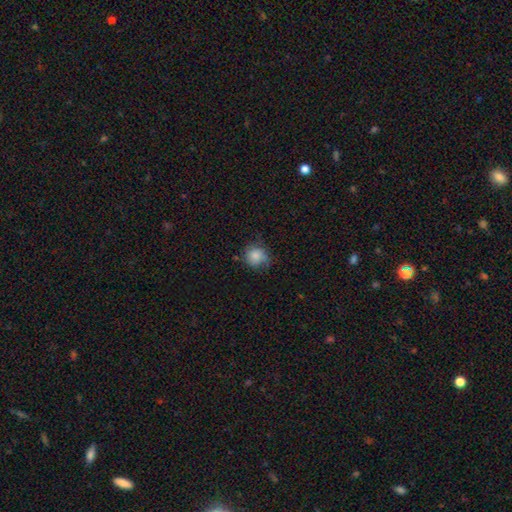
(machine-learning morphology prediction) The model was most divided on "merging": none: 61%, minor disturbance: 28%, major disturbance: 9%, merger: 2%. More confident: how rounded — round (80%); smooth or featured — smooth (76%).